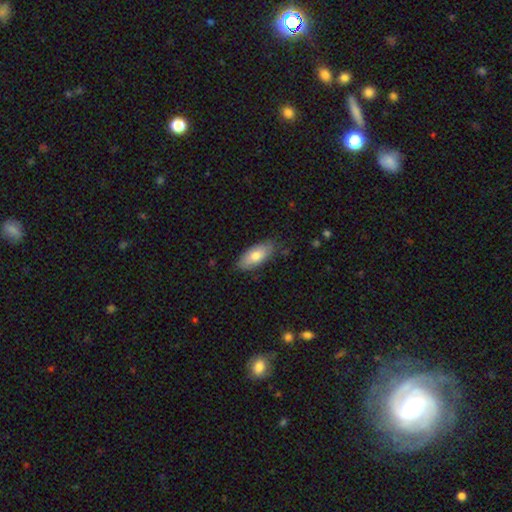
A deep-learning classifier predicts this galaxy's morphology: smooth_or_featured: smooth (p=0.76) [alt: featured or disk p=0.18]
how_rounded: in between (p=0.86) [alt: cigar-shaped p=0.12]
merging: none (p=0.80) [alt: minor disturbance p=0.16]